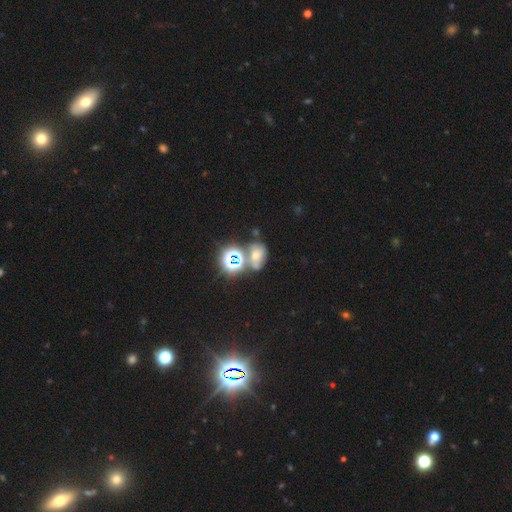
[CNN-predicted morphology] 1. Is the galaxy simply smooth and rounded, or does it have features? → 41% smooth, 39% star or artifact, 20% featured or disk.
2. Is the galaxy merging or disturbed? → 44% none, 29% merger, 17% minor disturbance, 11% major disturbance.